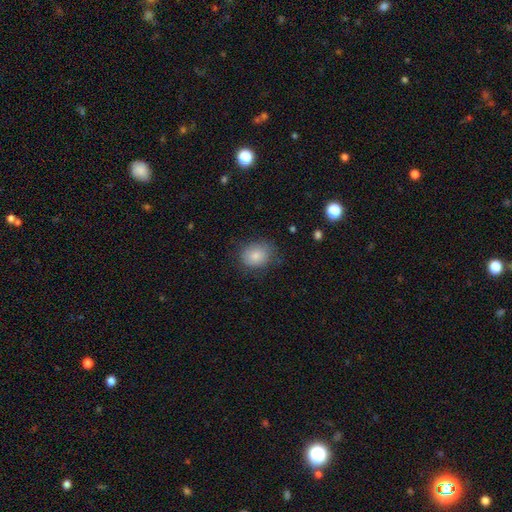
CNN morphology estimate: The model was most divided on "how rounded": round: 56%, in between: 44%, cigar-shaped: 1%. More confident: smooth or featured — smooth (83%); merging — none (74%).